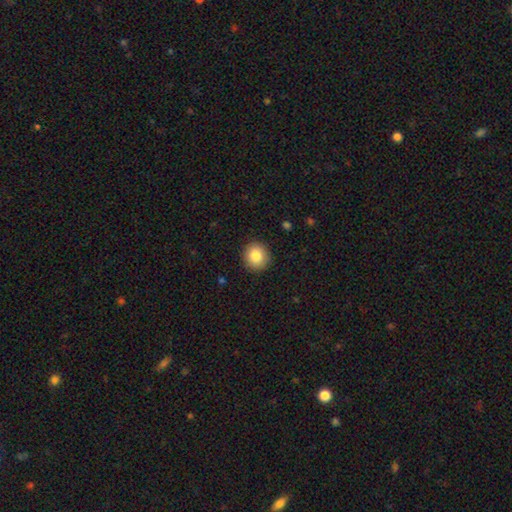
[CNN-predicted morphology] Q: Smooth or featured?
A: smooth (84%); runner-up: star or artifact (9%)
Q: How rounded?
A: round (92%); runner-up: in between (7%)
Q: Merging?
A: none (91%); runner-up: minor disturbance (6%)